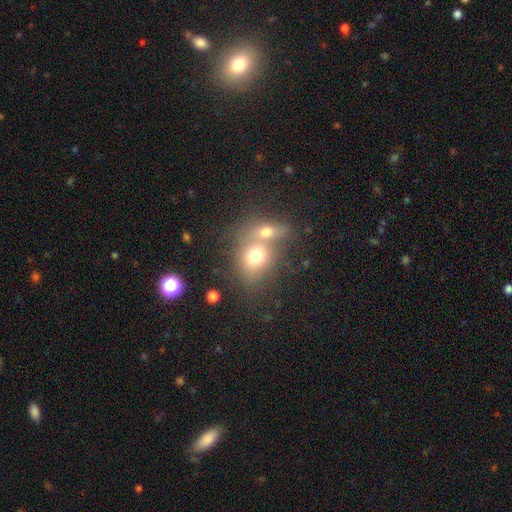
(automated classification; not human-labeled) A smooth galaxy with no disk features (70%) that is round (54%). Merging: merger (57%).